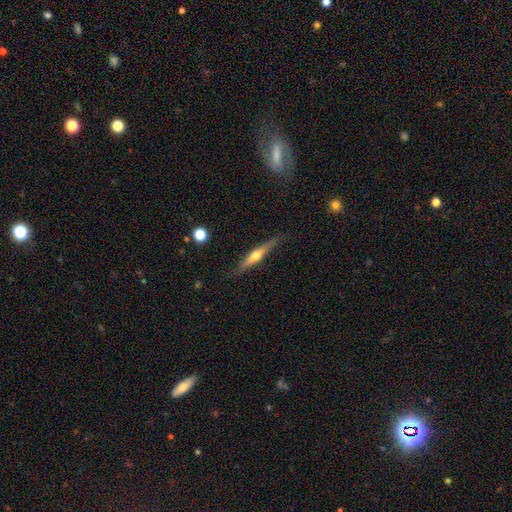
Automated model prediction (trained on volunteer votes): A featured or disk galaxy (58%) viewed edge-on (94%) with a rounded central bulge (88%). Merging: none (78%).